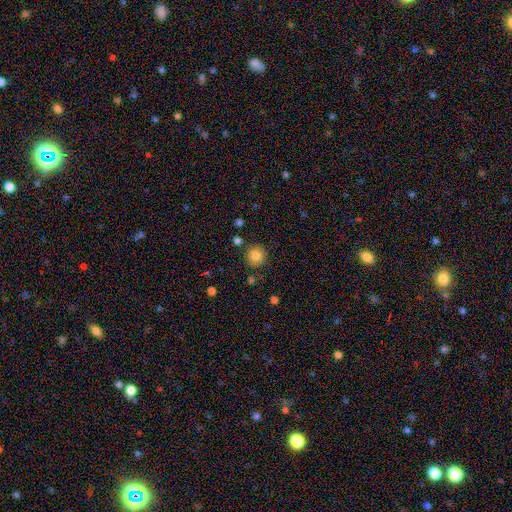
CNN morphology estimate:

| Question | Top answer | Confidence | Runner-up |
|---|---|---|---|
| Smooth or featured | smooth | 83% | star or artifact (11%) |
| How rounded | round | 93% | in between (6%) |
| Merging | none | 87% | minor disturbance (8%) |